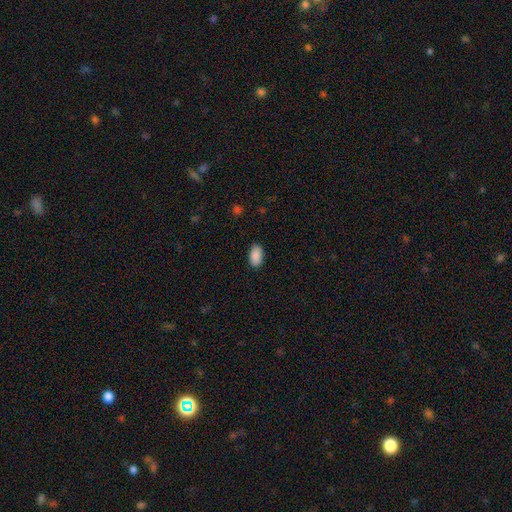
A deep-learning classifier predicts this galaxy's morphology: This is clearly a smooth galaxy (90%). How rounded: clearly in between (95%). Merging: clearly none (88%).